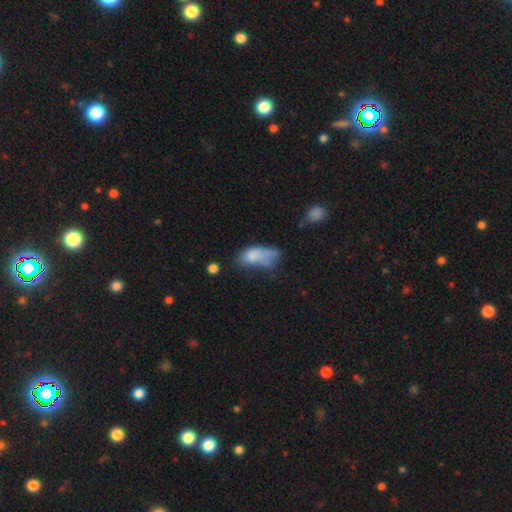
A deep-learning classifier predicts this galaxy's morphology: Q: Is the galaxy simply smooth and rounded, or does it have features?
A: smooth — 67%.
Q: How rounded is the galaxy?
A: in between — 85%.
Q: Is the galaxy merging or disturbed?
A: major disturbance — 33%.